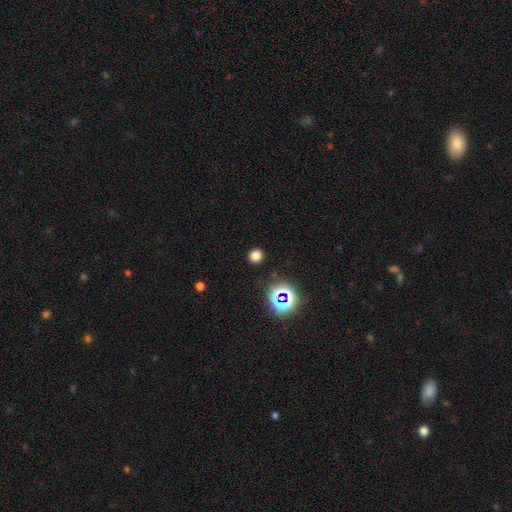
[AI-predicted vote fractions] Smooth or featured? smooth (74%)
How rounded? round (89%)
Merging? none (90%)